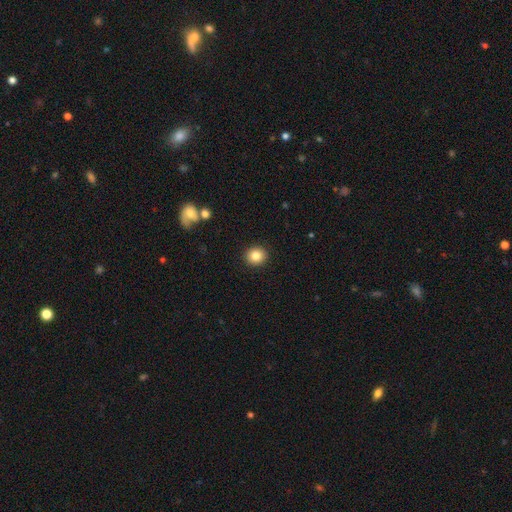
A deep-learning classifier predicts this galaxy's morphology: Smooth or featured: smooth — 84% (star or artifact — 10%)
How rounded: round — 84% (in between — 15%)
Merging: none — 92% (minor disturbance — 5%)